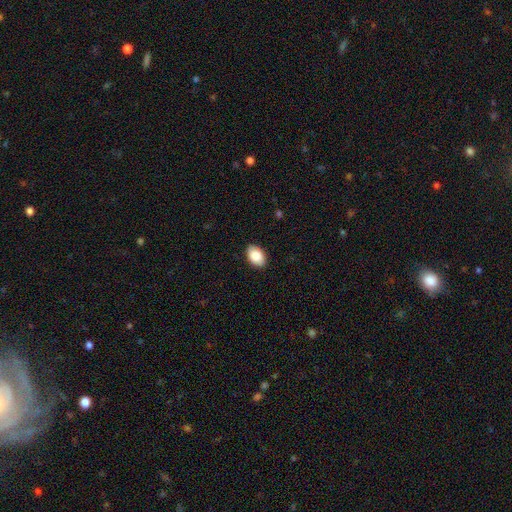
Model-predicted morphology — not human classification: type=smooth (87%); roundness=in between (88%); merging=none (88%).